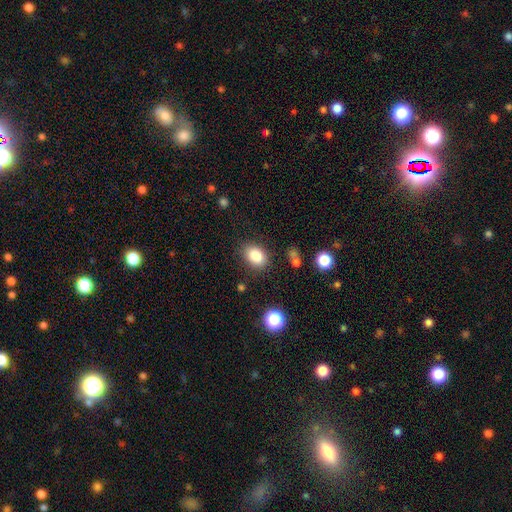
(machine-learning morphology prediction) The model was most divided on "how rounded": in between: 75%, round: 24%, cigar-shaped: 1%. More confident: smooth or featured — smooth (85%); merging — none (83%).